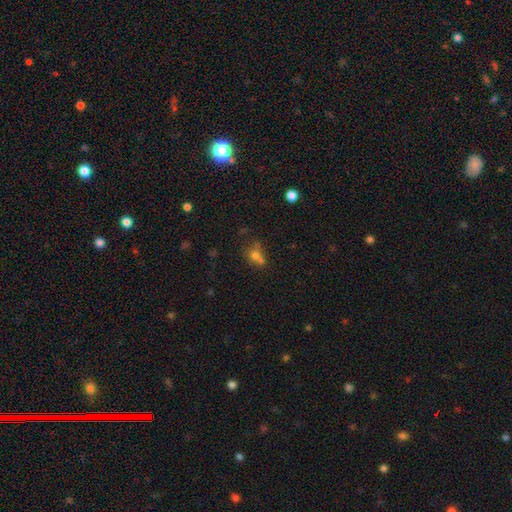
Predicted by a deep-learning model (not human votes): Smooth or featured? Predicted: smooth (p=0.67). How rounded? Predicted: round (p=0.67). Merging? Predicted: merger (p=0.46).